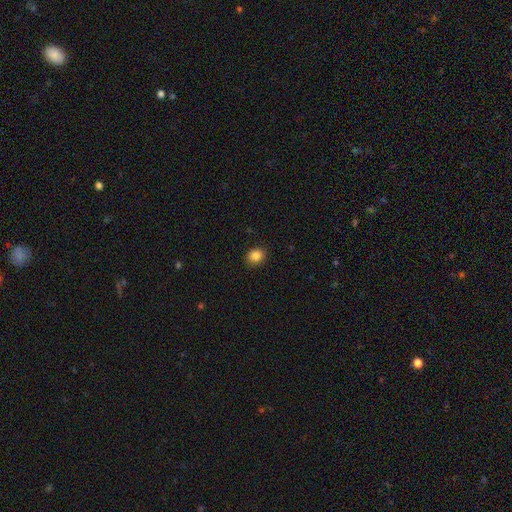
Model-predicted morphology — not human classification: This is clearly a smooth galaxy (85%). How rounded: likely round (69%). Merging: clearly none (90%).